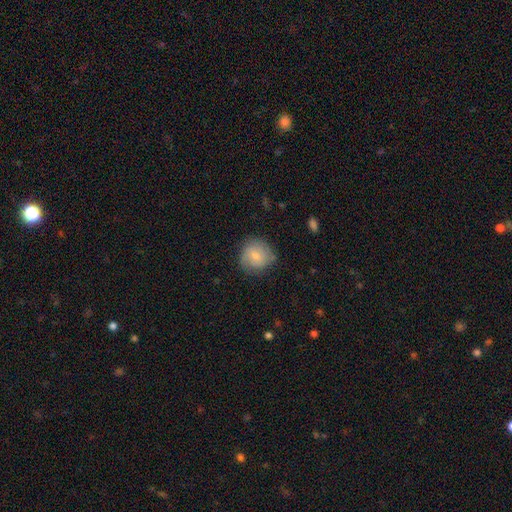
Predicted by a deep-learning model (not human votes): smooth 71%, featured or disk 22%, star or artifact 7%. Down the decision tree: how rounded — round (88%); merging — none (73%).